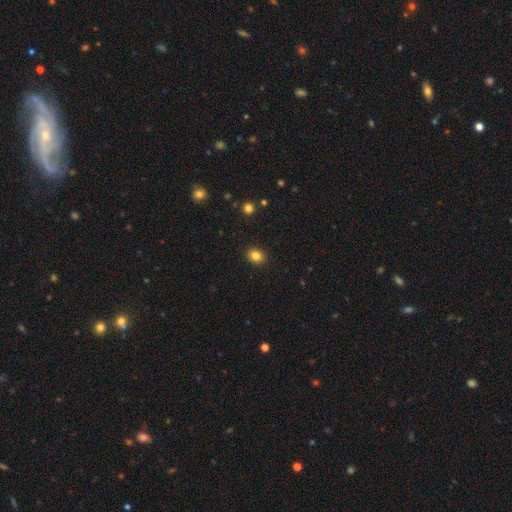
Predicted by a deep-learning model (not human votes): Smooth or featured? smooth (83%)
How rounded? round (55%)
Merging? none (91%)